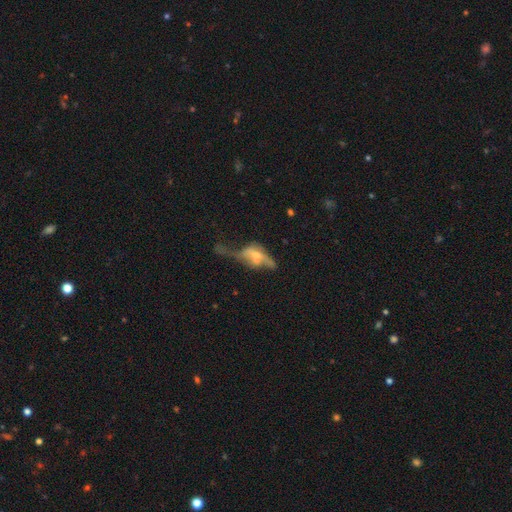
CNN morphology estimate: featured or disk 67%, smooth 22%, star or artifact 10%. Down the decision tree: edge-on disk — no (62%); merging — major disturbance (41%).